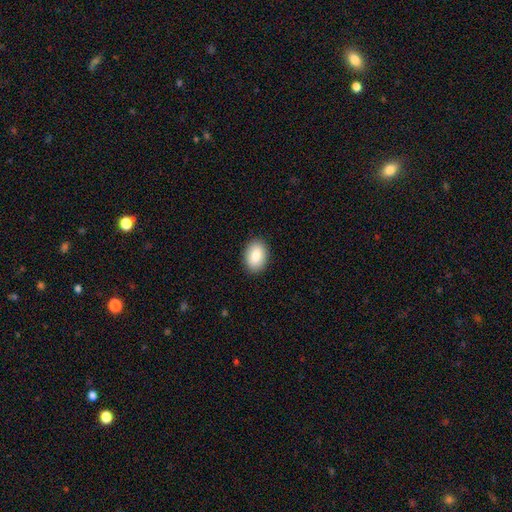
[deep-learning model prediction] Smooth or featured? smooth (85%)
How rounded? in between (87%)
Merging? none (89%)